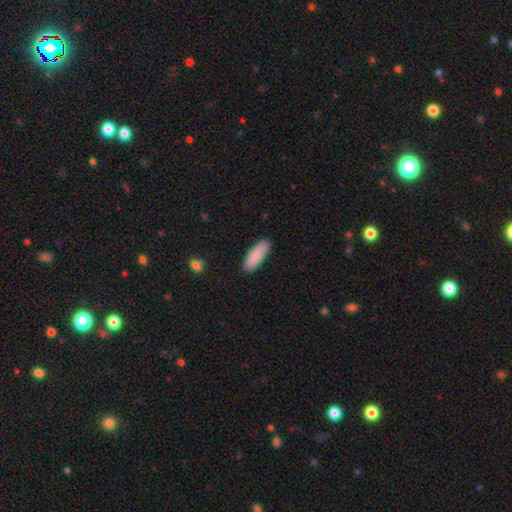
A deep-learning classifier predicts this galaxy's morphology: smooth-or-featured: smooth: 89% | featured or disk: 6% | star or artifact: 5%
  how-rounded: in between: 70% | cigar-shaped: 28% | round: 2%
  merging: none: 88% | minor disturbance: 9% | major disturbance: 2% | merger: 1%